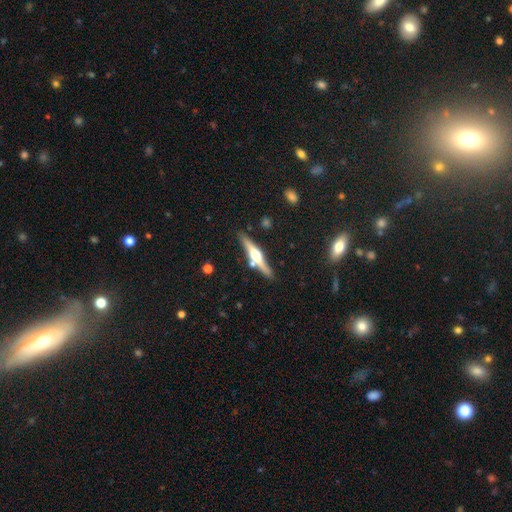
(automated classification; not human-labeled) This is likely a featured or disk galaxy (70%). It is clearly viewed edge-on (97%). Edge-on bulge: clearly rounded (93%). Merging: clearly none (82%).